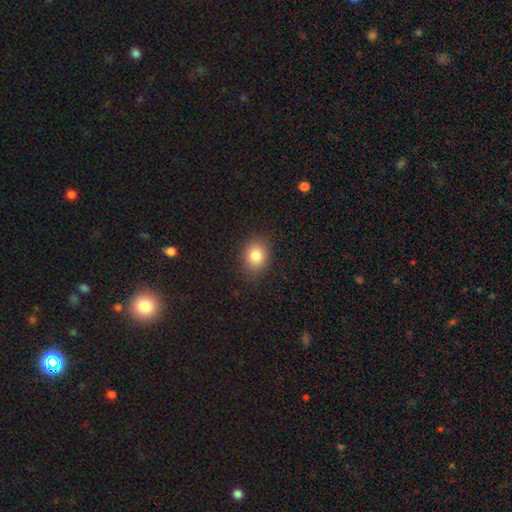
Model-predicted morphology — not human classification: Overall: smooth (84%). How rounded: round (52%; in between 47%). Merging: none (86%).